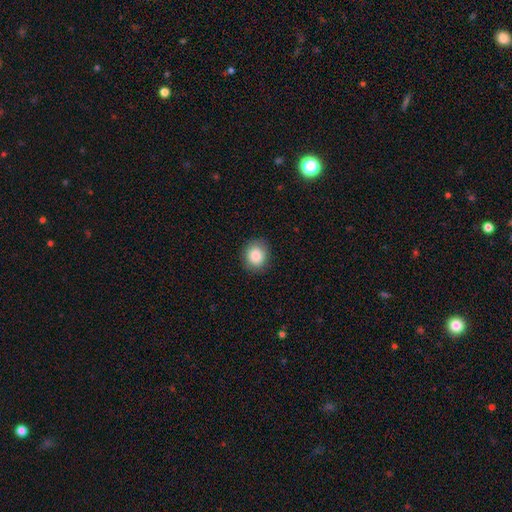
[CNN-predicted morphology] smooth-or-featured: smooth: 86% | star or artifact: 8% | featured or disk: 6%
  how-rounded: round: 69% | in between: 30% | cigar-shaped: 1%
  merging: none: 87% | minor disturbance: 10% | major disturbance: 3% | merger: 1%